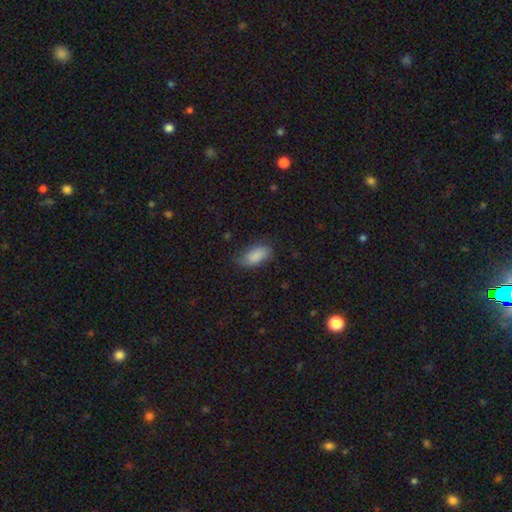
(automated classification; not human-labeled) A smooth galaxy with no disk features (86%) that is in between round and cigar-shaped (92%).

Vote fractions:
- Smooth or featured? smooth: 86% / featured or disk: 8% / star or artifact: 7%
- How rounded? in between: 92% / cigar-shaped: 6% / round: 3%
- Merging? none: 69% / minor disturbance: 24% / major disturbance: 6% / merger: 1%